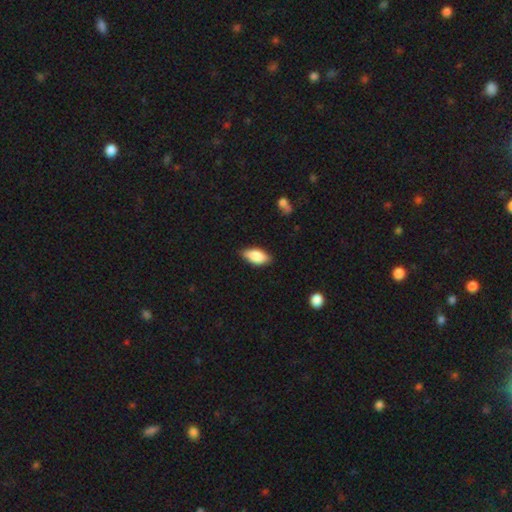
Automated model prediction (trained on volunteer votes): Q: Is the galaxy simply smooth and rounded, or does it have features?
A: smooth — 86%.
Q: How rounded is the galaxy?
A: in between — 91%.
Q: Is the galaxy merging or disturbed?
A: none — 83%.